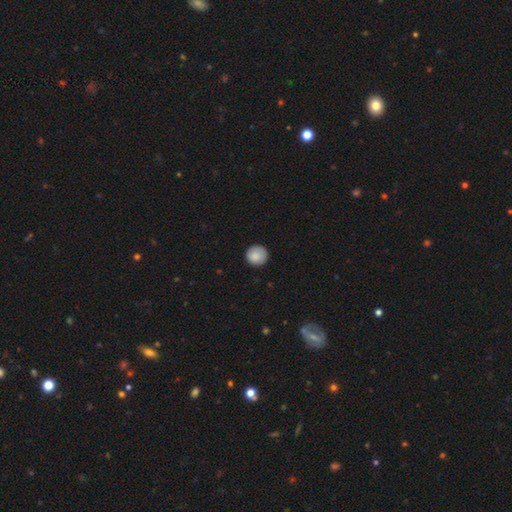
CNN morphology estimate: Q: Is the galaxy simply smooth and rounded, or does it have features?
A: smooth — 86%.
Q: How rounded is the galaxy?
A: round — 93%.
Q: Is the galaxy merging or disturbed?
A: none — 87%.